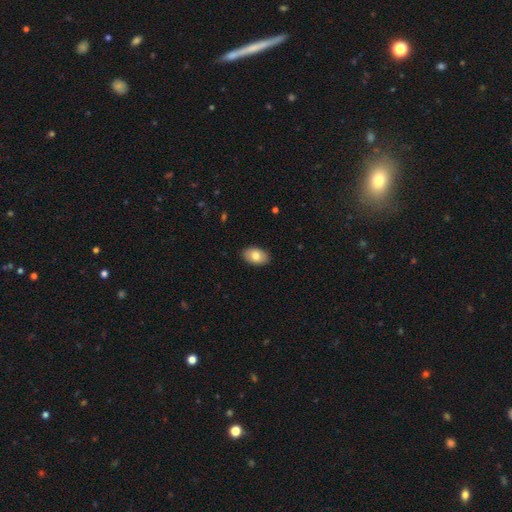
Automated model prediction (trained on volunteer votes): Q: Smooth or featured?
A: smooth (77%); runner-up: featured or disk (16%)
Q: How rounded?
A: in between (91%); runner-up: round (8%)
Q: Merging?
A: none (89%); runner-up: minor disturbance (8%)